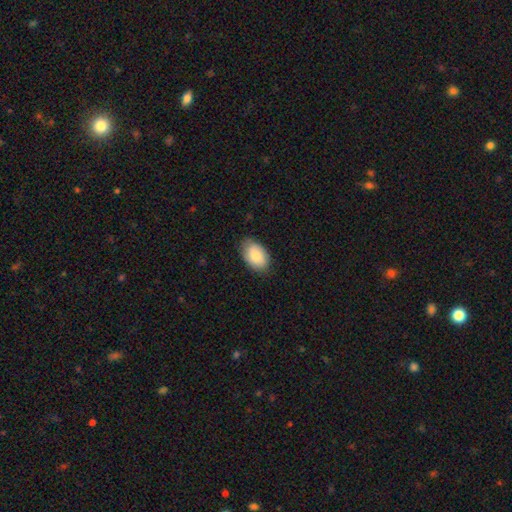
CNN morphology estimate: type=smooth (81%); roundness=in between (90%); merging=none (79%).